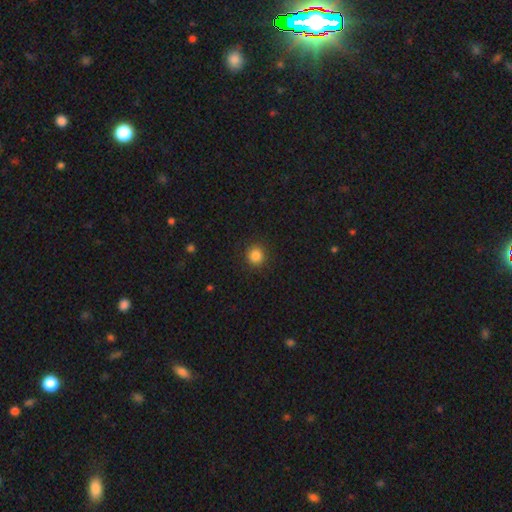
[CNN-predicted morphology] The model was most divided on "smooth or featured": smooth: 85%, star or artifact: 11%, featured or disk: 4%. More confident: merging — none (91%); how rounded — round (91%).